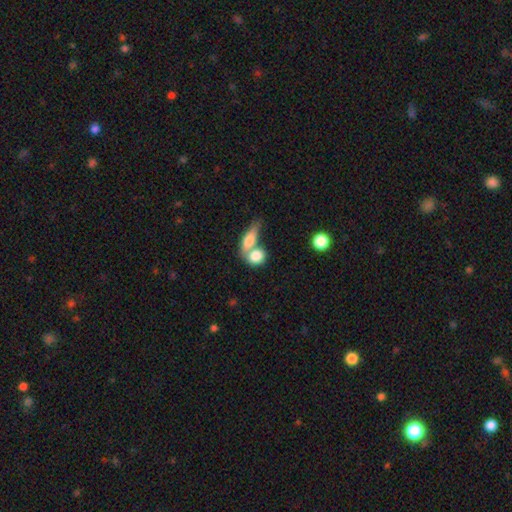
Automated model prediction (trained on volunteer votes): smooth 79%, featured or disk 14%, star or artifact 7%. Down the decision tree: how rounded — in between (56%); merging — merger (62%).